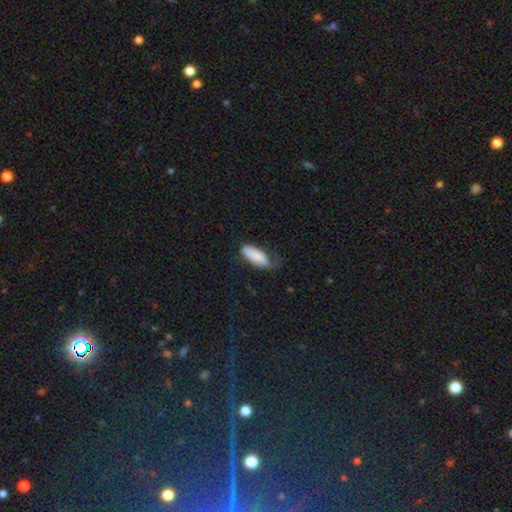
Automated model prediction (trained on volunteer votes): smooth-or-featured: smooth: 82% | featured or disk: 12% | star or artifact: 6%
  how-rounded: in between: 77% | cigar-shaped: 21% | round: 2%
  merging: minor disturbance: 38% | none: 36% | major disturbance: 24% | merger: 2%